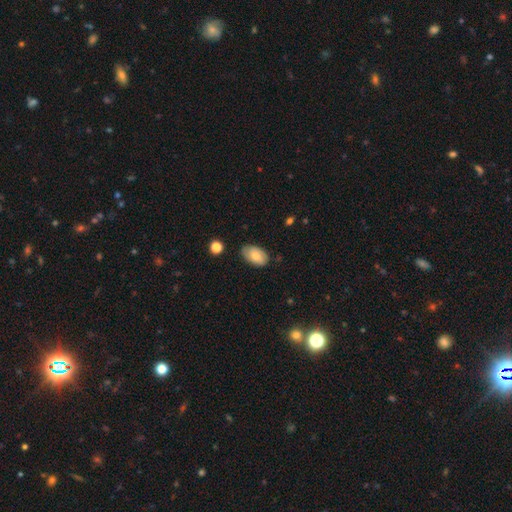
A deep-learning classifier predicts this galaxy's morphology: Overall: smooth (75%). How rounded: in between (93%). Merging: none (75%).